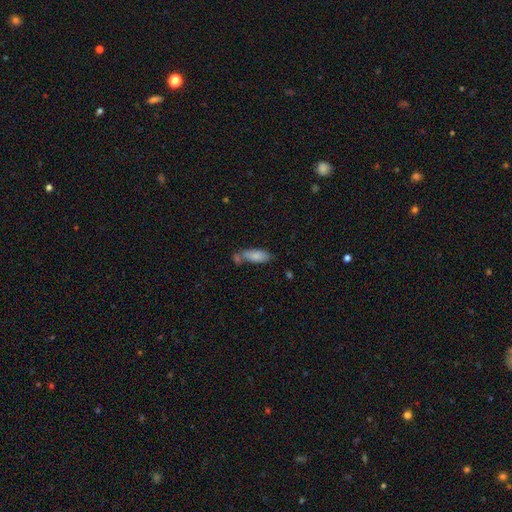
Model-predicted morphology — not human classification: Smooth or featured: smooth — 80% (featured or disk — 13%)
How rounded: in between — 70% (cigar-shaped — 28%)
Merging: none — 52% (merger — 23%)